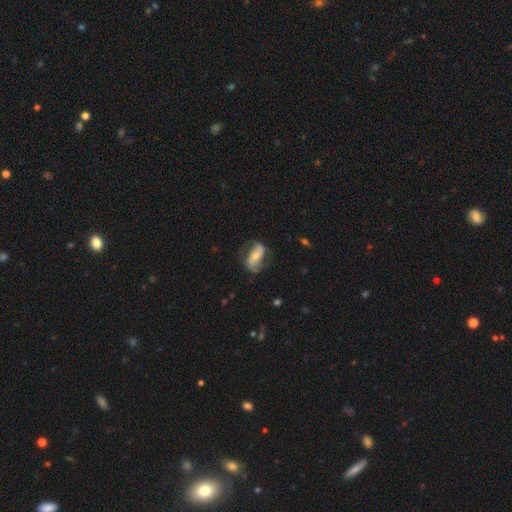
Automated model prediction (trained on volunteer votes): smooth-or-featured: featured or disk: 68% | smooth: 26% | star or artifact: 7%
  disk-edge-on: no: 94% | yes: 6%
    bar: strong: 36% (tied) | no: 36% (tied) | weak: 28%
    has-spiral-arms: yes: 85% | no: 15%
      spiral-winding: loose: 45% | medium: 37% | tight: 18%
      spiral-arm-count: 2: 85% | can't tell: 8% | 1: 4% | 3: 1% | 4: 1% | more than 4: 1%
    bulge-size: moderate: 46% | small: 45% | large: 4% | none: 3% | dominant: 1%
  merging: none: 63% | minor disturbance: 21% | major disturbance: 14% | merger: 2%